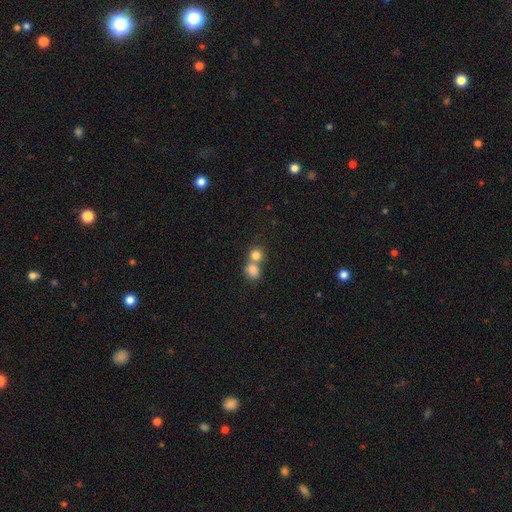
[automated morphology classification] Smooth or featured?
  - smooth: 81% *
  - star or artifact: 10%
  - featured or disk: 8%
How rounded?
  - round: 75% *
  - in between: 24%
  - cigar-shaped: 1%
Merging?
  - merger: 57% *
  - none: 34%
  - minor disturbance: 6%
  - major disturbance: 3%